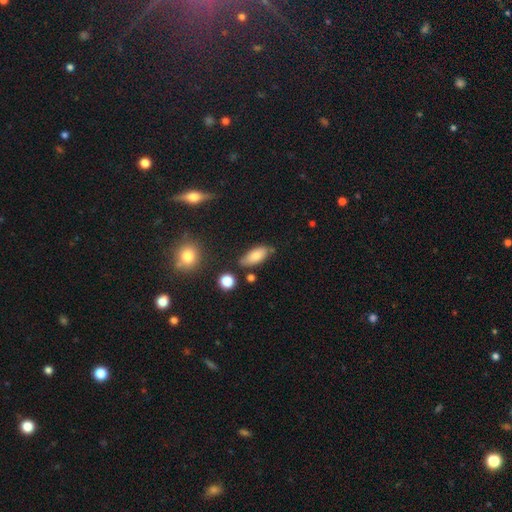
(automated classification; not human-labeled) This appears to be a smooth galaxy with no disk features (80%) that is in between round and cigar-shaped (84%). Merging: none (70%).